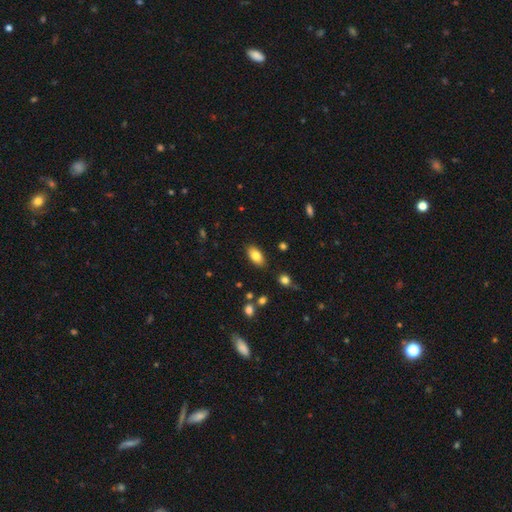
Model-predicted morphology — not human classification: Smooth or featured?
  - smooth: 83% *
  - featured or disk: 9%
  - star or artifact: 8%
How rounded?
  - in between: 91% *
  - round: 4%
  - cigar-shaped: 4%
Merging?
  - none: 85% *
  - minor disturbance: 11%
  - major disturbance: 2%
  - merger: 2%